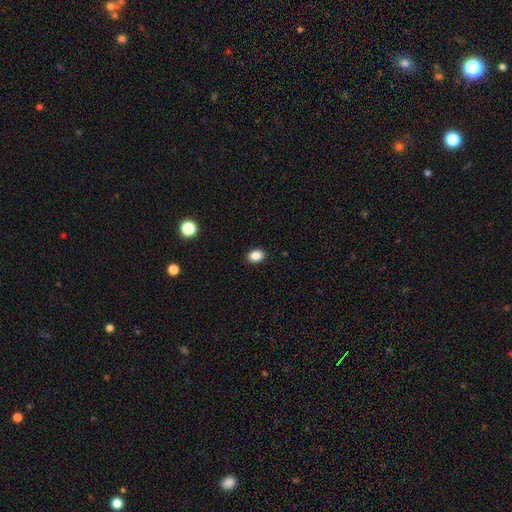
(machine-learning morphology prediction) A smooth galaxy with no disk features (87%) that is in between round and cigar-shaped (68%).

Vote fractions:
- Smooth or featured? smooth: 87% / star or artifact: 10% / featured or disk: 3%
- How rounded? in between: 68% / round: 31% / cigar-shaped: 1%
- Merging? none: 90% / minor disturbance: 7% / major disturbance: 2% / merger: 1%